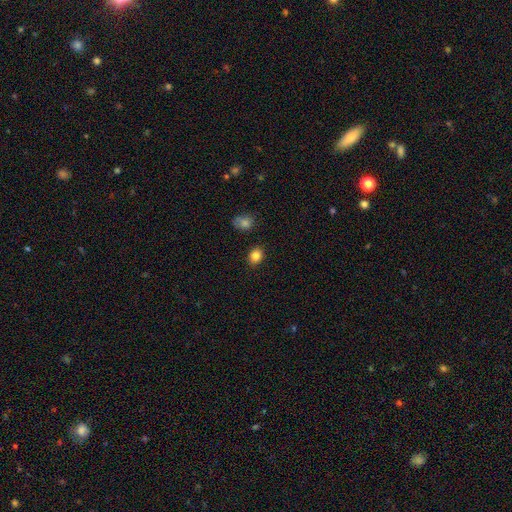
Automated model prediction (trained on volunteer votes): This appears to be a smooth galaxy with no disk features (84%) that is in between round and cigar-shaped (53%). Merging: none (87%).